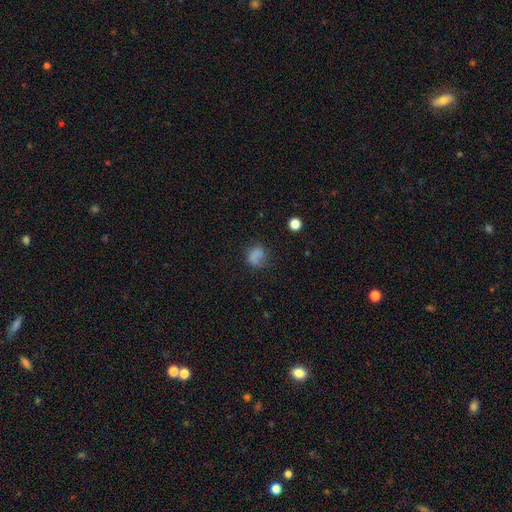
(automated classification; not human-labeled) Q: Smooth or featured?
A: smooth (74%); runner-up: star or artifact (14%)
Q: How rounded?
A: round (59%); runner-up: in between (40%)
Q: Merging?
A: none (58%); runner-up: minor disturbance (25%)